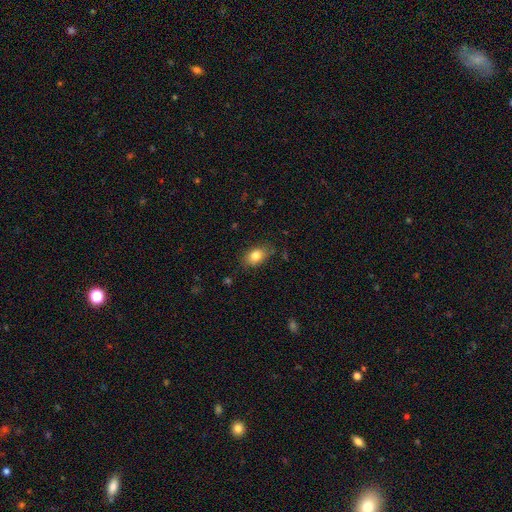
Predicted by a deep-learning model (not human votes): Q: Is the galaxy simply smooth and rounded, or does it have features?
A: smooth — 82%.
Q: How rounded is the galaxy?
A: in between — 83%.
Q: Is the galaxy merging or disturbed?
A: none — 79%.